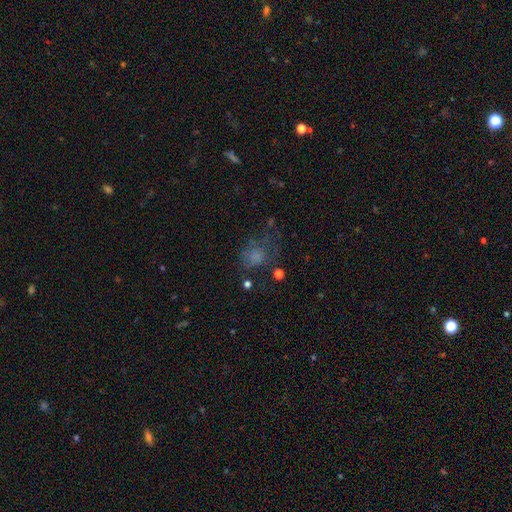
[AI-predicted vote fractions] A smooth galaxy with no disk features (59%) that is round (56%).

Vote fractions:
- Smooth or featured? smooth: 59% / featured or disk: 21% / star or artifact: 20%
- How rounded? round: 56% / in between: 42% / cigar-shaped: 1%
- Merging? none: 47% / major disturbance: 27% / minor disturbance: 22% / merger: 5%